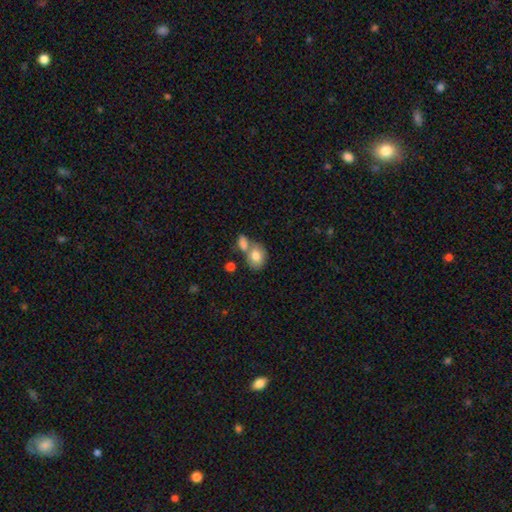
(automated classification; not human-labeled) smooth-or-featured: smooth: 79% | featured or disk: 13% | star or artifact: 8%
  how-rounded: in between: 61% | round: 37% | cigar-shaped: 1%
  merging: none: 43% | merger: 42% | minor disturbance: 11% | major disturbance: 4%